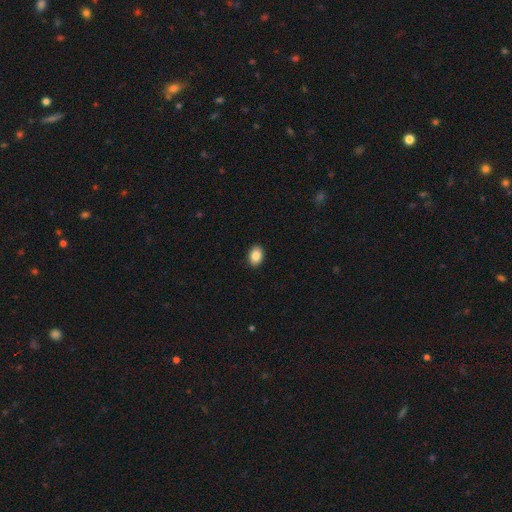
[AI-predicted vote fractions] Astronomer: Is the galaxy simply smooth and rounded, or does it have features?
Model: smooth — 87%.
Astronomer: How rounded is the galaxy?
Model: in between — 80%.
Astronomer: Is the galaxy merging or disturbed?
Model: none — 91%.